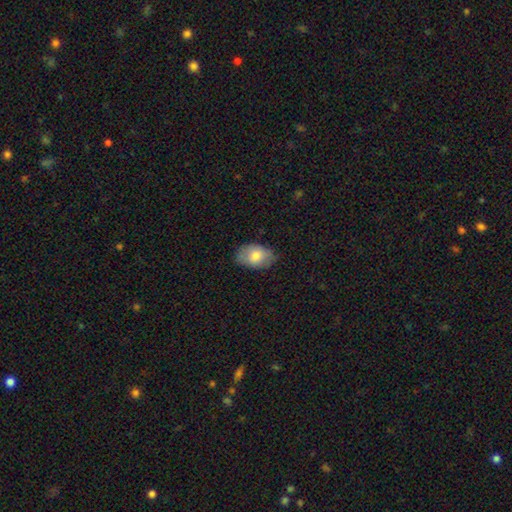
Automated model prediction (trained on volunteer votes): smooth 77%, featured or disk 16%, star or artifact 7%. Down the decision tree: how rounded — in between (89%); merging — none (78%).